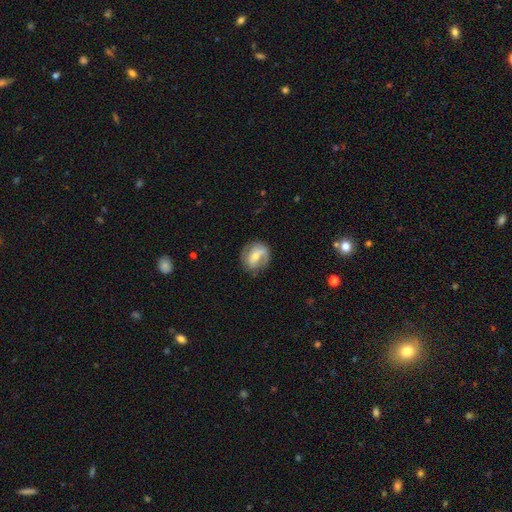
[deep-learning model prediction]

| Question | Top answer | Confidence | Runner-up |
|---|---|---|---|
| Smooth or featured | featured or disk | 59% | smooth (34%) |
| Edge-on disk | no | 96% | yes (4%) |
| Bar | weak | 41% | no (33%) |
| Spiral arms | yes | 75% | no (25%) |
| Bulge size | moderate | 50% | small (42%) |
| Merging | none | 68% | minor disturbance (21%) |